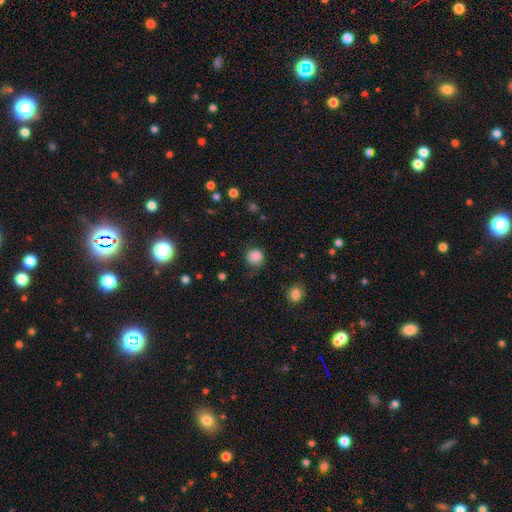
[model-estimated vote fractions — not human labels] smooth_or_featured: smooth (p=0.86) [alt: star or artifact p=0.10]
how_rounded: round (p=0.88) [alt: in between p=0.11]
merging: none (p=0.75) [alt: minor disturbance p=0.17]